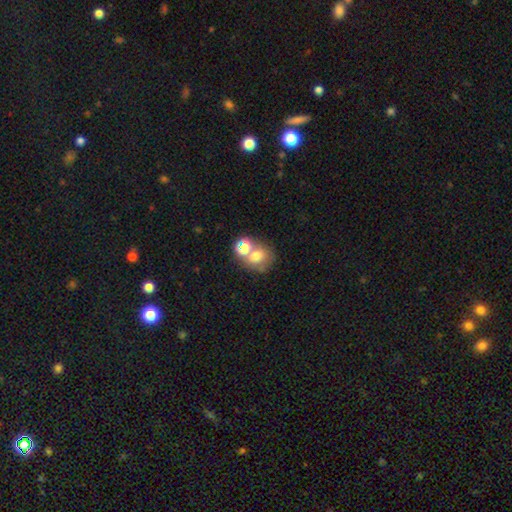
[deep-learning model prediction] smooth 66%, featured or disk 18%, star or artifact 16%. Down the decision tree: how rounded — round (64%); merging — none (43%).